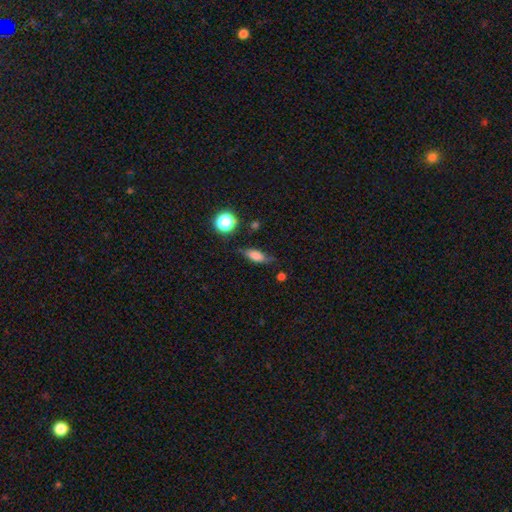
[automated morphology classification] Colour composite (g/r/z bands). It shows a smooth galaxy with no disk features (64%) that is in between round and cigar-shaped (61%). Merging: none (67%).